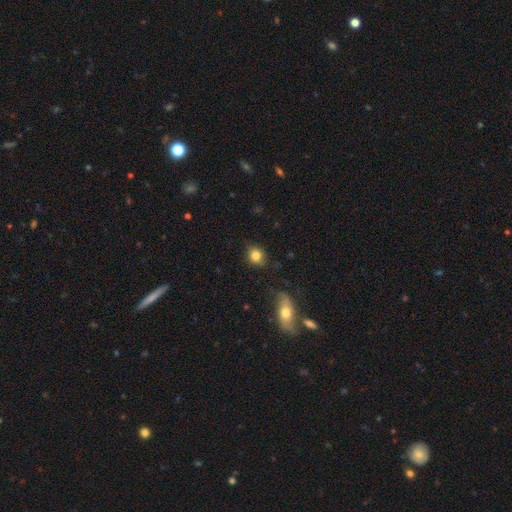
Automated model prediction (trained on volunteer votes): smooth 82%, star or artifact 10%, featured or disk 8%. Down the decision tree: how rounded — round (73%); merging — none (79%).